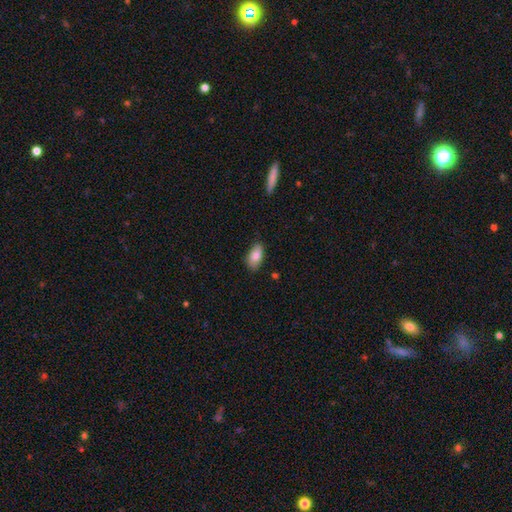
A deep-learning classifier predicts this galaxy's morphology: This is clearly a smooth galaxy (83%). How rounded: clearly in between (92%). Merging: likely none (73%).